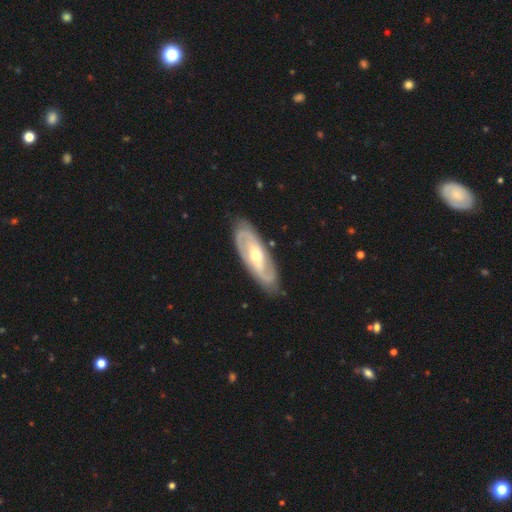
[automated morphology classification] This appears to be a featured or disk galaxy (83%) with no bar (50%), 2 (83%) tight (44%) spiral arms (91%) and a moderate central bulge (61%). Merging: none (84%).